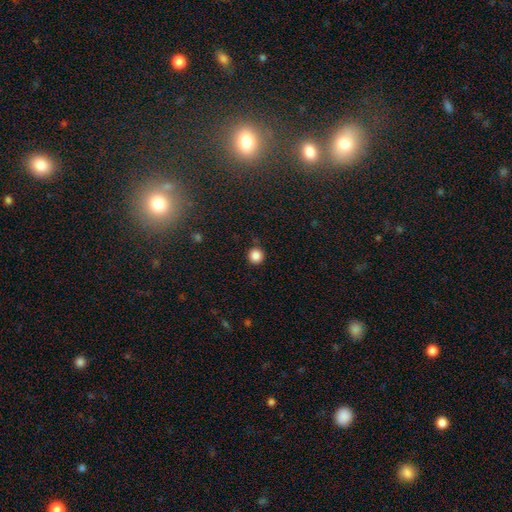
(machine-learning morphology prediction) smooth 86%, star or artifact 11%, featured or disk 3%. Down the decision tree: how rounded — round (94%); merging — none (89%).